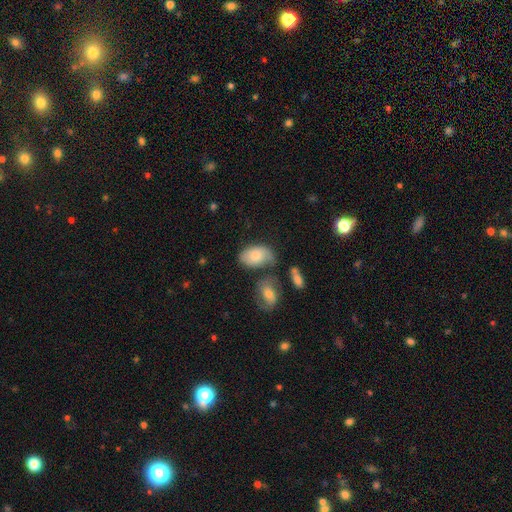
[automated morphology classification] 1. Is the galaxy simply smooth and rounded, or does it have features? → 74% smooth, 19% featured or disk, 7% star or artifact.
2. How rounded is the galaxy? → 91% in between, 8% round, 1% cigar-shaped.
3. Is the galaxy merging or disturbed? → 44% none, 26% minor disturbance, 17% merger, 12% major disturbance.